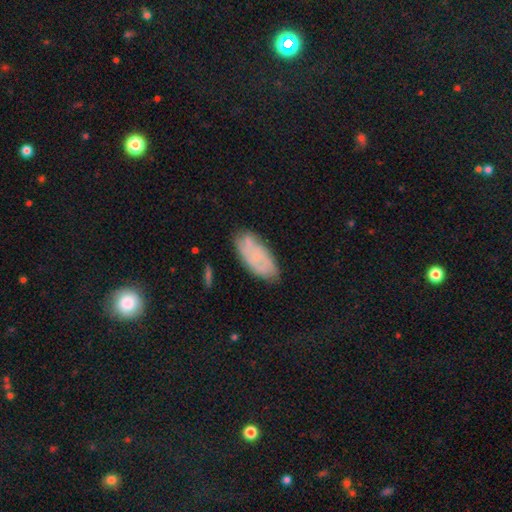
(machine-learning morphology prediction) type=smooth (54%); roundness=in between (87%); merging=none (68%).